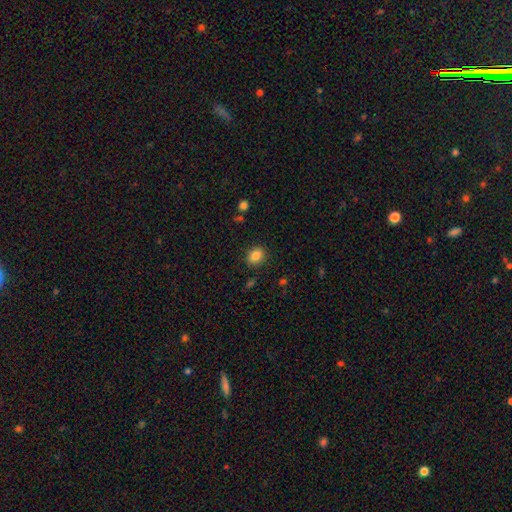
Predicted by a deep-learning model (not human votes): Q: Smooth or featured?
A: smooth (86%); runner-up: star or artifact (10%)
Q: How rounded?
A: in between (57%); runner-up: round (42%)
Q: Merging?
A: none (87%); runner-up: minor disturbance (9%)